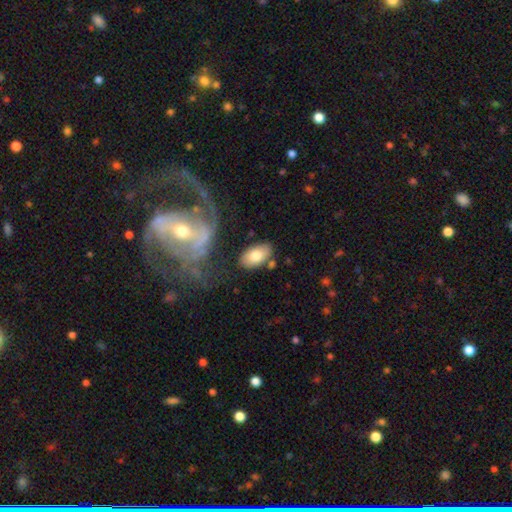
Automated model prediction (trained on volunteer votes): Smooth or featured?
  - smooth: 77% *
  - featured or disk: 17%
  - star or artifact: 6%
How rounded?
  - in between: 93% *
  - round: 5%
  - cigar-shaped: 2%
Merging?
  - none: 73% *
  - minor disturbance: 15%
  - merger: 7%
  - major disturbance: 5%